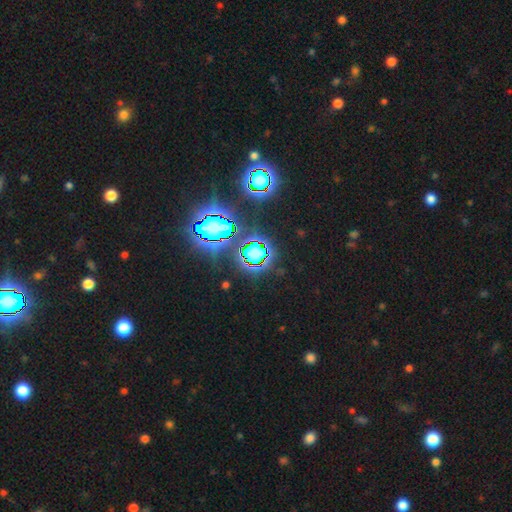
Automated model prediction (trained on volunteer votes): Smooth or featured? star or artifact (73%)